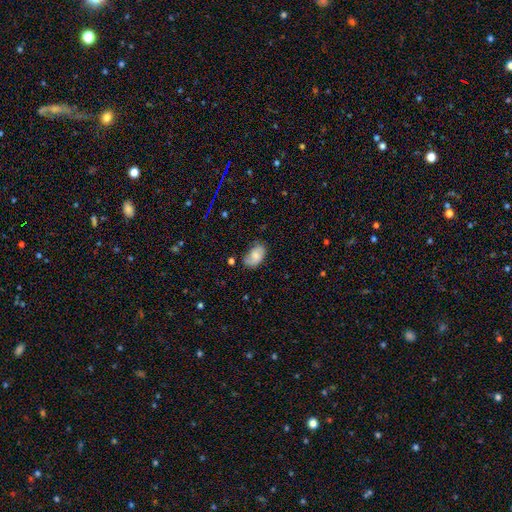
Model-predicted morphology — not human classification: A smooth galaxy with no disk features (67%) that is in between round and cigar-shaped (91%).

Vote fractions:
- Smooth or featured? smooth: 67% / featured or disk: 25% / star or artifact: 8%
- How rounded? in between: 91% / round: 8% / cigar-shaped: 1%
- Merging? none: 59% / minor disturbance: 30% / major disturbance: 8% / merger: 3%